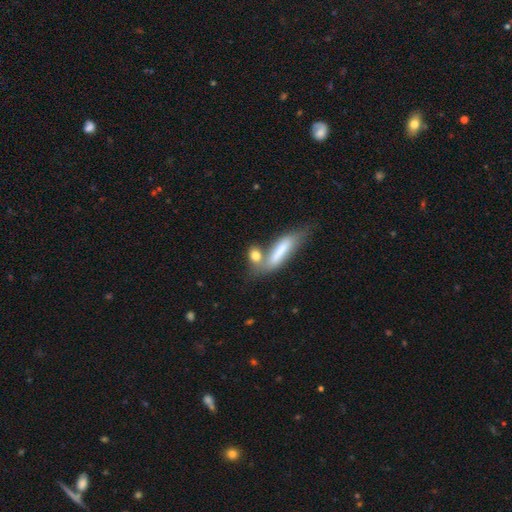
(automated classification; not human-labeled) smooth 77%, featured or disk 15%, star or artifact 8%. Down the decision tree: how rounded — in between (50%); merging — none (40%).